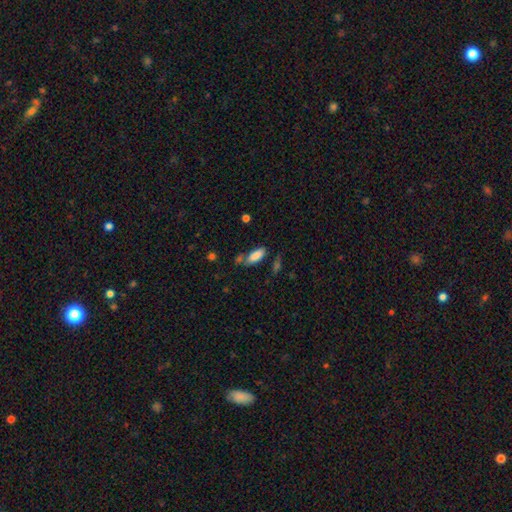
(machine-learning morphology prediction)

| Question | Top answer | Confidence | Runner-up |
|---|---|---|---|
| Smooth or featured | smooth | 84% | featured or disk (9%) |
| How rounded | in between | 75% | cigar-shaped (23%) |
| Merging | none | 62% | minor disturbance (19%) |